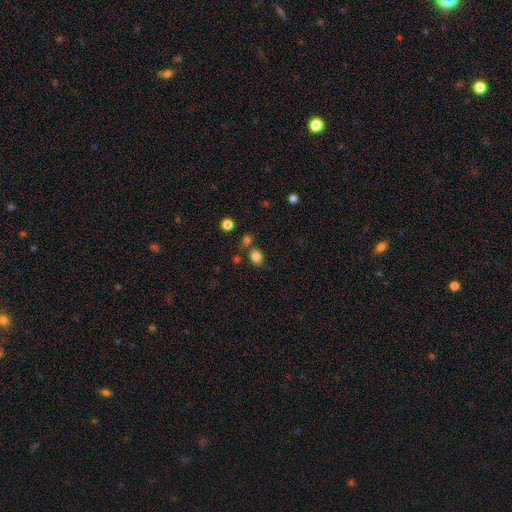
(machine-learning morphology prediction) Smooth or featured: smooth — 82% (star or artifact — 12%)
How rounded: round — 51% (in between — 48%)
Merging: none — 69% (merger — 14%)